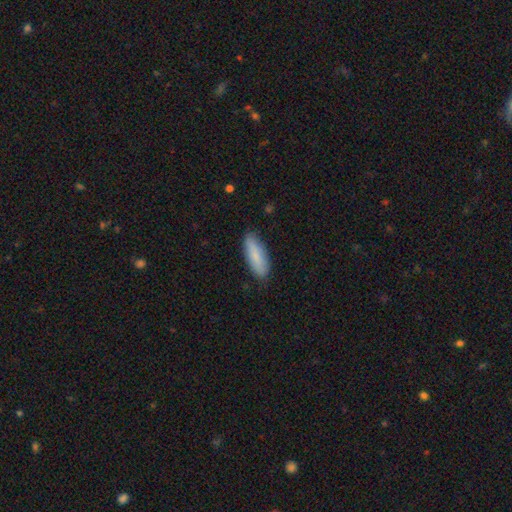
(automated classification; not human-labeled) Smooth or featured? Predicted: smooth (p=0.84). How rounded? Predicted: in between (p=0.60). Merging? Predicted: none (p=0.85).